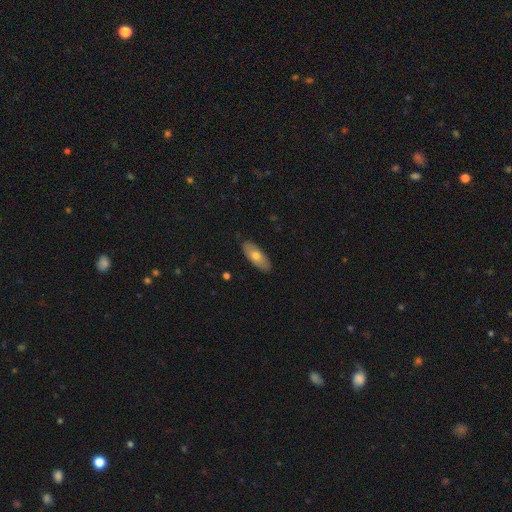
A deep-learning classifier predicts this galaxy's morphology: smooth 68%, featured or disk 26%, star or artifact 6%. Down the decision tree: how rounded — in between (81%); merging — none (87%).